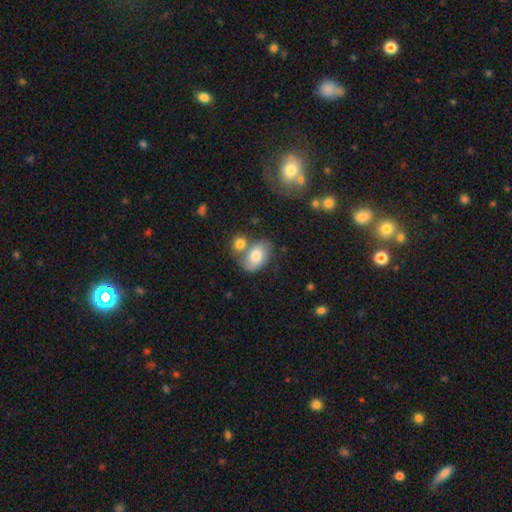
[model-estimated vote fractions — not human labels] Smooth or featured? Predicted: smooth (p=0.70). How rounded? Predicted: in between (p=0.83). Merging? Predicted: none (p=0.40).